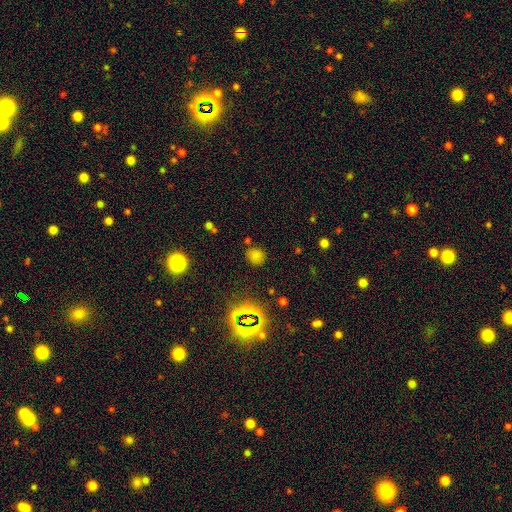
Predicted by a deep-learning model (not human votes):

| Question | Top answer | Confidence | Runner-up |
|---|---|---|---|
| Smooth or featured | smooth | 68% | star or artifact (26%) |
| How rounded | round | 81% | in between (18%) |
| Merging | none | 81% | minor disturbance (11%) |